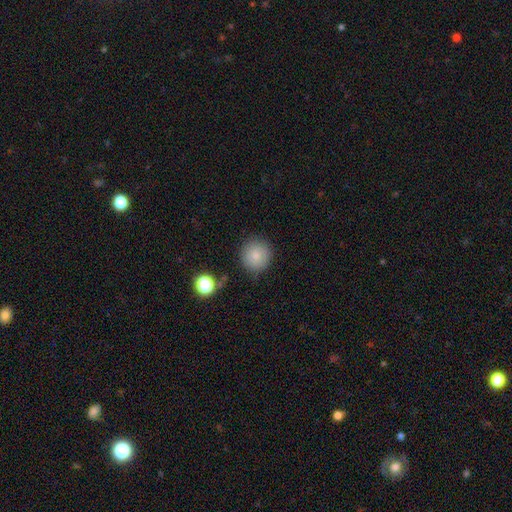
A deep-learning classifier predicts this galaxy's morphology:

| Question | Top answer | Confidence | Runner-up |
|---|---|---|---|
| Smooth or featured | smooth | 82% | star or artifact (10%) |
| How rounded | round | 94% | in between (5%) |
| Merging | none | 87% | minor disturbance (9%) |